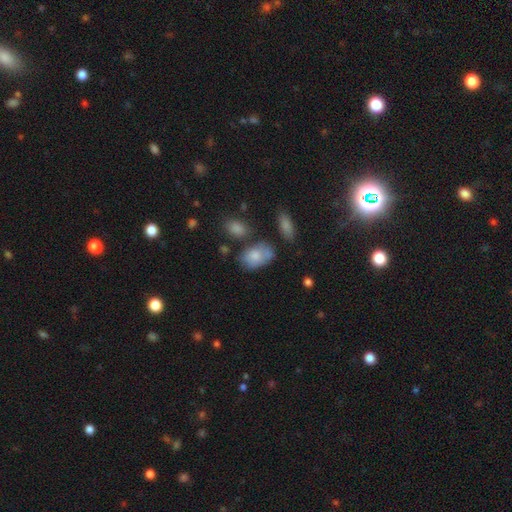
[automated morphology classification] smooth 77%, featured or disk 15%, star or artifact 8%. Down the decision tree: how rounded — in between (85%); merging — none (47%).